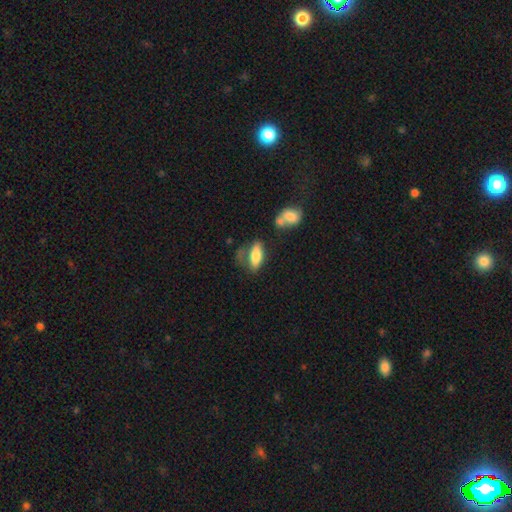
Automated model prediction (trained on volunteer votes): smooth_or_featured: smooth (p=0.73) [alt: featured or disk p=0.20]
how_rounded: in between (p=0.72) [alt: cigar-shaped p=0.25]
merging: none (p=0.51) [alt: minor disturbance p=0.26]